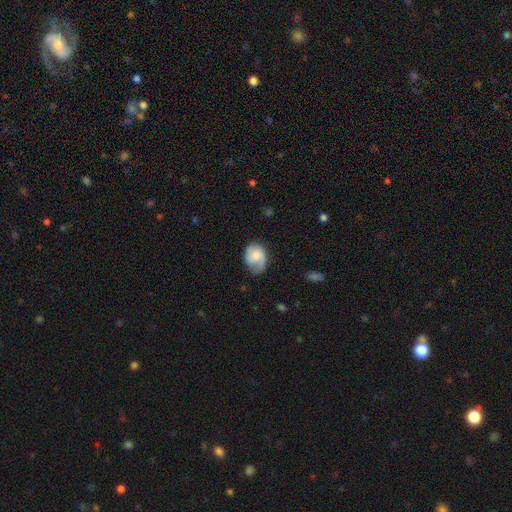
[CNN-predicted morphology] Smooth or featured?
  - featured or disk: 50% *
  - smooth: 43%
  - star or artifact: 7%
Merging?
  - none: 53% *
  - minor disturbance: 31%
  - major disturbance: 14%
  - merger: 2%